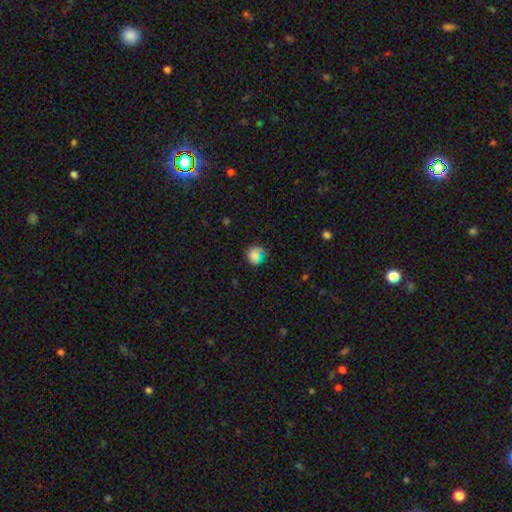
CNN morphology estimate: Q: Smooth or featured?
A: smooth (77%); runner-up: star or artifact (12%)
Q: How rounded?
A: round (82%); runner-up: in between (17%)
Q: Merging?
A: none (61%); runner-up: minor disturbance (25%)